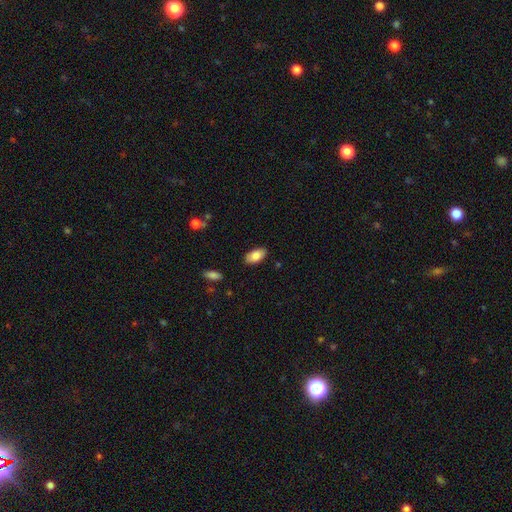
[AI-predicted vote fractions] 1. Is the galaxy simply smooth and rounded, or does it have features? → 83% smooth, 11% featured or disk, 7% star or artifact.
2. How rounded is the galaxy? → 94% in between, 3% round, 3% cigar-shaped.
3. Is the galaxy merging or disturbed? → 86% none, 10% minor disturbance, 2% major disturbance, 1% merger.